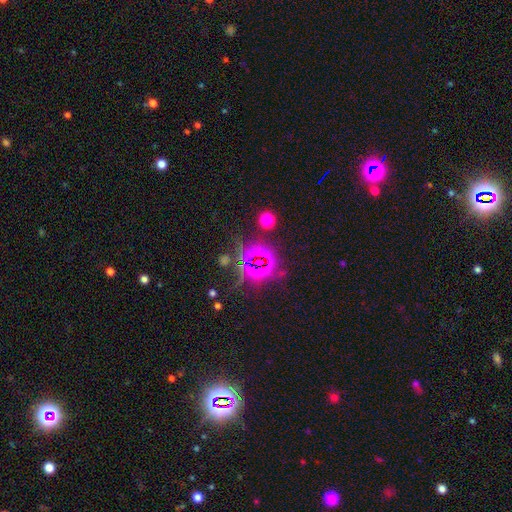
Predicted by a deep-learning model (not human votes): Smooth or featured: star or artifact — 76% (smooth — 15%)